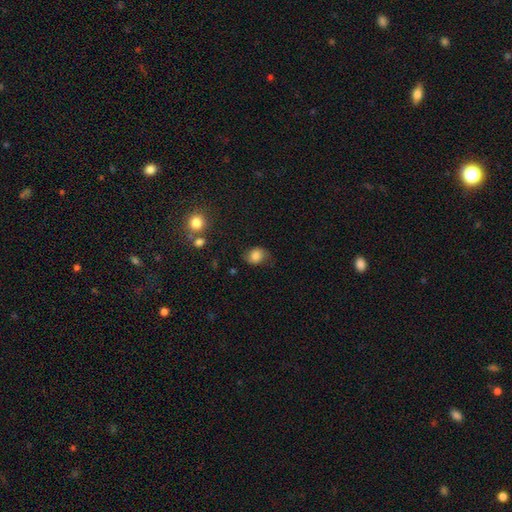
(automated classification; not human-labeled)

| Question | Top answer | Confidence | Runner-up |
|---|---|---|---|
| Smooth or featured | smooth | 74% | featured or disk (17%) |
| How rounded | round | 51% | in between (47%) |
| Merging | none | 68% | minor disturbance (22%) |